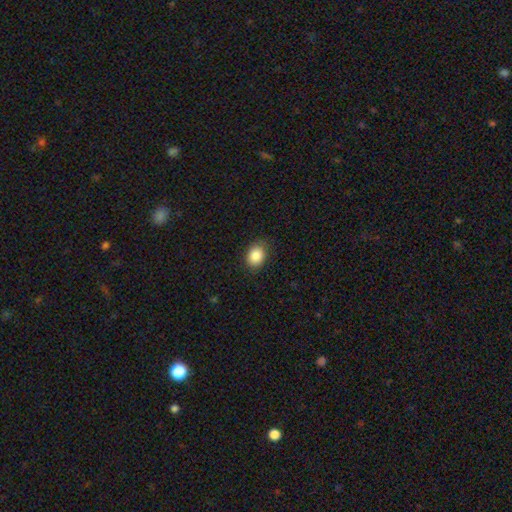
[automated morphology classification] Smooth or featured? Predicted: smooth (p=0.86). How rounded? Predicted: in between (p=0.58). Merging? Predicted: none (p=0.83).